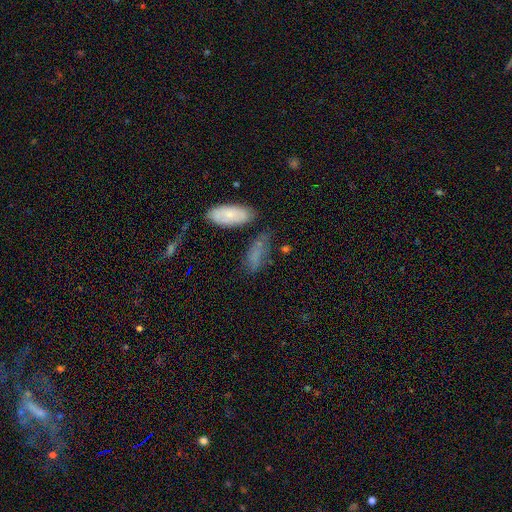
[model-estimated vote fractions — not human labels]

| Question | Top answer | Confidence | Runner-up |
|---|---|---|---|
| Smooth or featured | smooth | 66% | featured or disk (22%) |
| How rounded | in between | 75% | cigar-shaped (20%) |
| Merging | none | 48% | minor disturbance (24%) |